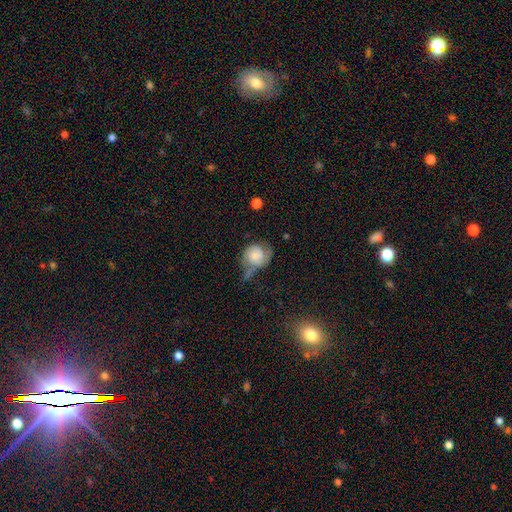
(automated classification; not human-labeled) Morphology: type=smooth (52%); roundness=round (72%); merging=minor disturbance (31%).